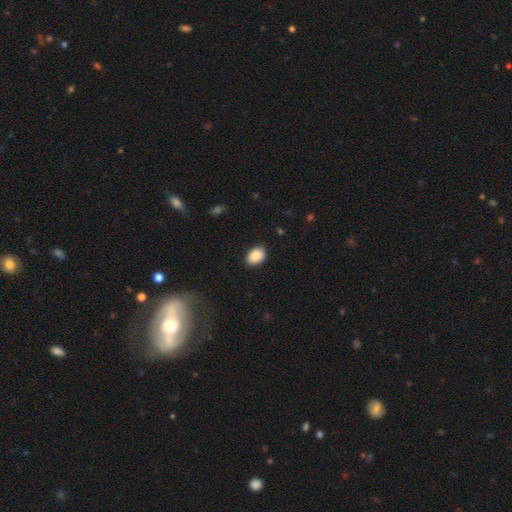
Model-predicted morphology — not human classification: Smooth or featured: smooth — 88% (star or artifact — 7%)
How rounded: in between — 79% (round — 20%)
Merging: none — 87% (minor disturbance — 10%)